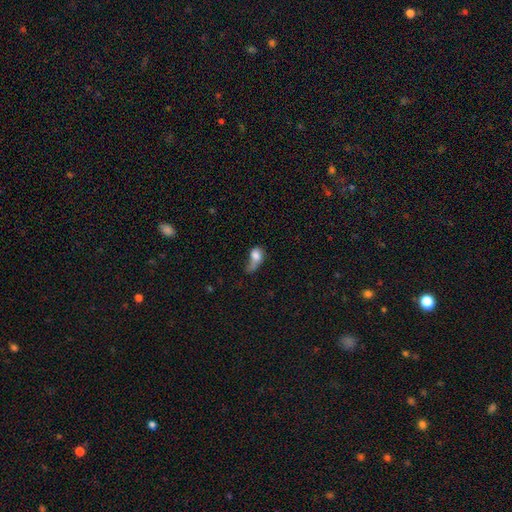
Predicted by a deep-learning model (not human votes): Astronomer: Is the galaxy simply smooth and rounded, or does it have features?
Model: smooth — 71%.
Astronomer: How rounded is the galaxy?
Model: in between — 70%.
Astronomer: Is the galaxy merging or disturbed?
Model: major disturbance — 46% (runner-up: minor disturbance, 21%).